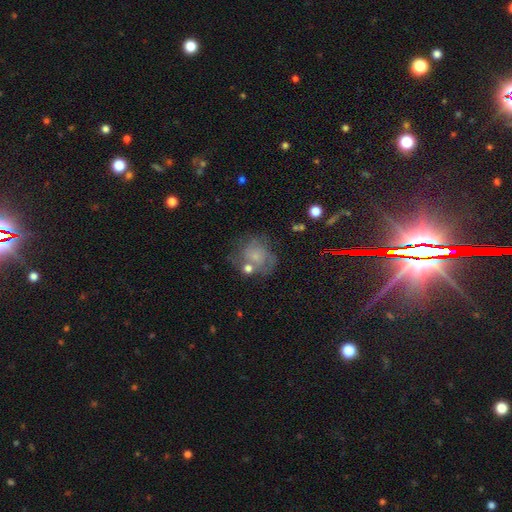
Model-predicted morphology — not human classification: Smooth or featured? Predicted: featured or disk (p=0.48). Merging? Predicted: none (p=0.48).